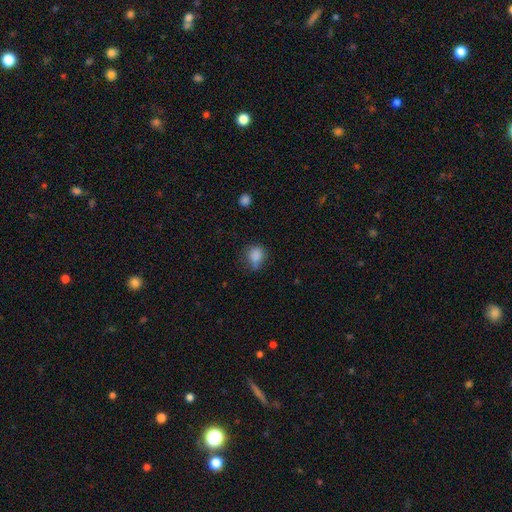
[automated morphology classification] Smooth or featured? Predicted: smooth (p=0.83). How rounded? Predicted: round (p=0.70). Merging? Predicted: none (p=0.56).